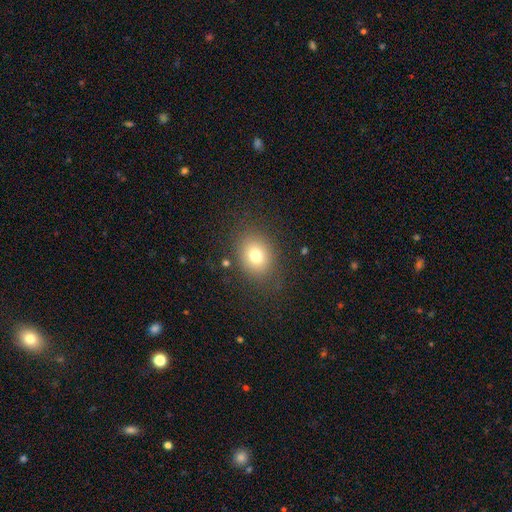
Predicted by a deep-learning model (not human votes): A smooth galaxy with no disk features (75%) that is round (51%).

Vote fractions:
- Smooth or featured? smooth: 75% / star or artifact: 13% / featured or disk: 12%
- How rounded? round: 51% / in between: 48% / cigar-shaped: 1%
- Merging? none: 82% / minor disturbance: 11% / major disturbance: 5% / merger: 2%